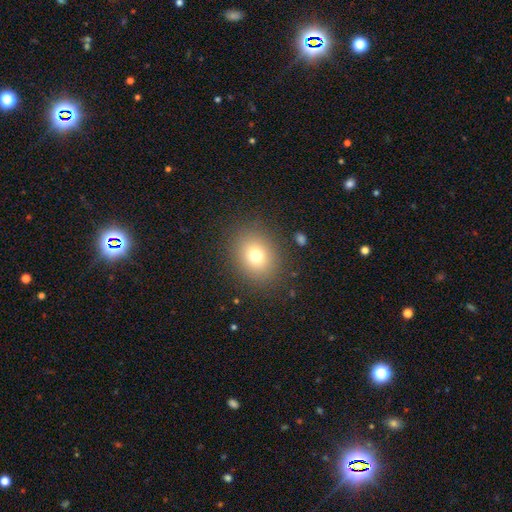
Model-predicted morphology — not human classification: This appears to be a smooth galaxy with no disk features (74%) that is round (58%). Merging: none (86%).